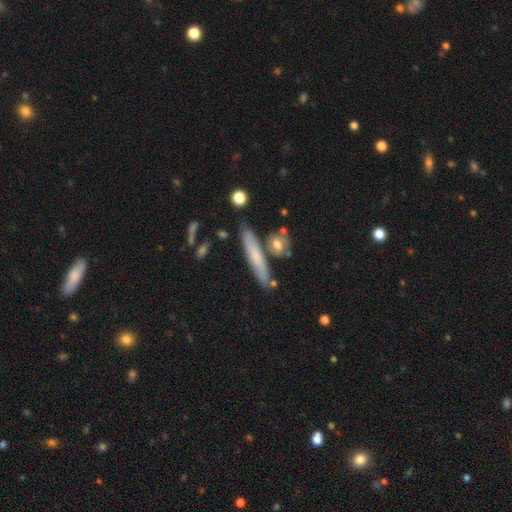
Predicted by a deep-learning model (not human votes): smooth-or-featured: smooth: 58% | featured or disk: 34% | star or artifact: 7%
  how-rounded: cigar-shaped: 89% | in between: 8% | round: 2%
  merging: none: 77% | minor disturbance: 13% | merger: 7% | major disturbance: 3%